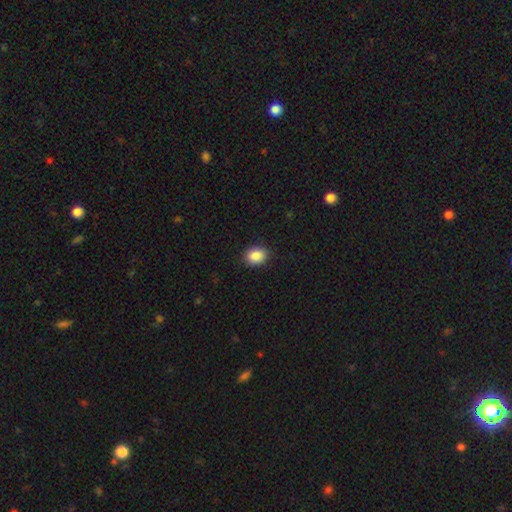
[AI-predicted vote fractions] This is clearly a smooth galaxy (88%). How rounded: possibly in between (58%). Merging: clearly none (89%).